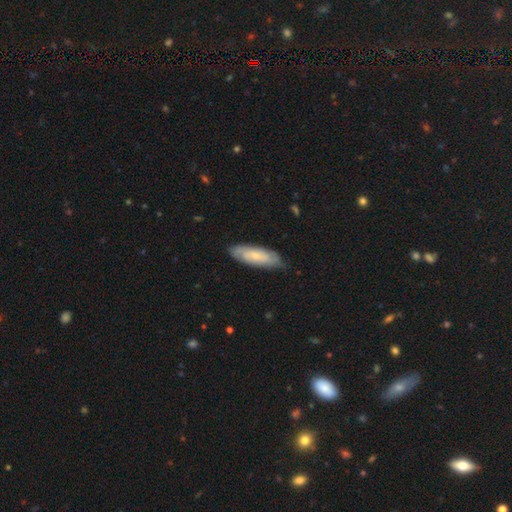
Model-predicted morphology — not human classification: This appears to be a featured or disk galaxy (47%, tied with smooth). Merging: none (79%).